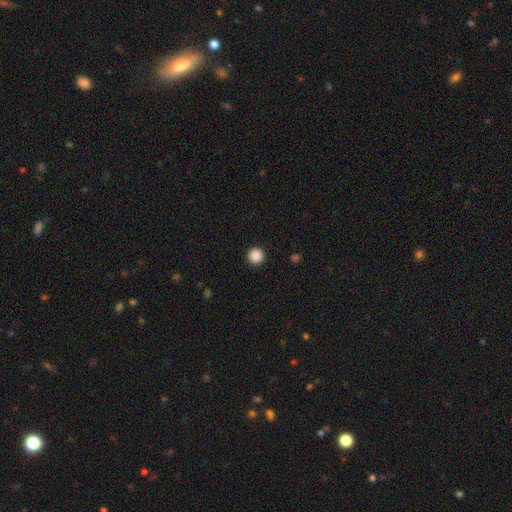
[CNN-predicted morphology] Q: Smooth or featured?
A: smooth (88%); runner-up: star or artifact (9%)
Q: How rounded?
A: round (96%); runner-up: in between (3%)
Q: Merging?
A: none (93%); runner-up: minor disturbance (4%)